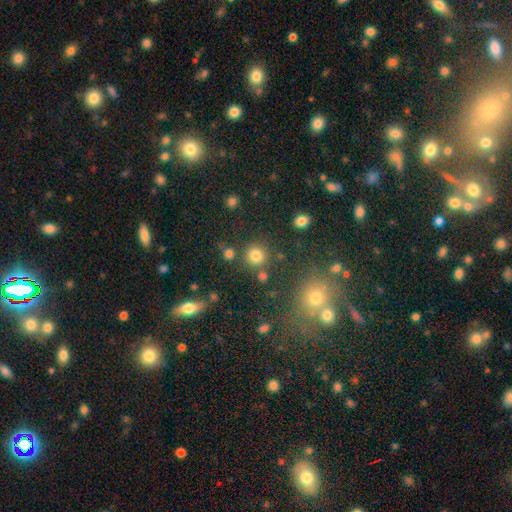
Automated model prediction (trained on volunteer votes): A smooth galaxy with no disk features (79%) that is round (91%). Merging: none (80%).